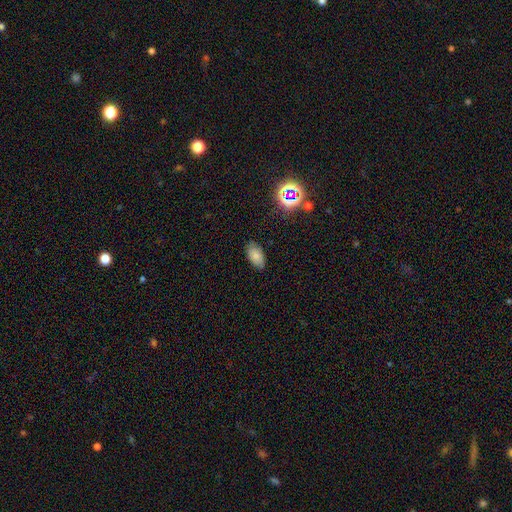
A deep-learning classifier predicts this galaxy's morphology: Smooth or featured?
  - smooth: 78% *
  - star or artifact: 12%
  - featured or disk: 10%
How rounded?
  - in between: 93% *
  - round: 5%
  - cigar-shaped: 2%
Merging?
  - none: 82% *
  - minor disturbance: 14%
  - major disturbance: 3%
  - merger: 1%